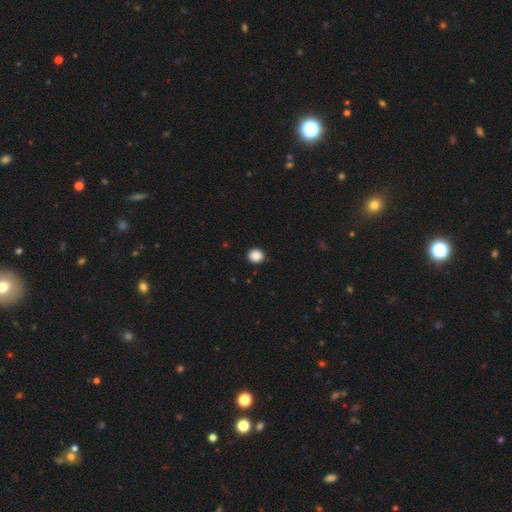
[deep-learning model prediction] Smooth or featured: smooth — 88% (star or artifact — 10%)
How rounded: round — 88% (in between — 11%)
Merging: none — 92% (minor disturbance — 6%)